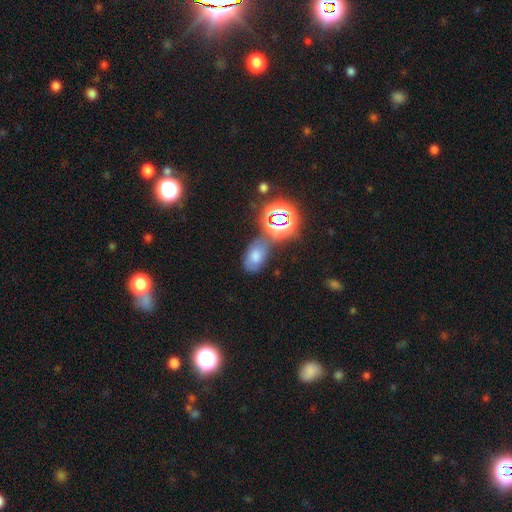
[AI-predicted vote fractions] A smooth galaxy with no disk features (42%).

Vote fractions:
- Smooth or featured? smooth: 42% / star or artifact: 40% / featured or disk: 18%
- Merging? none: 56% / minor disturbance: 20% / merger: 14% / major disturbance: 9%